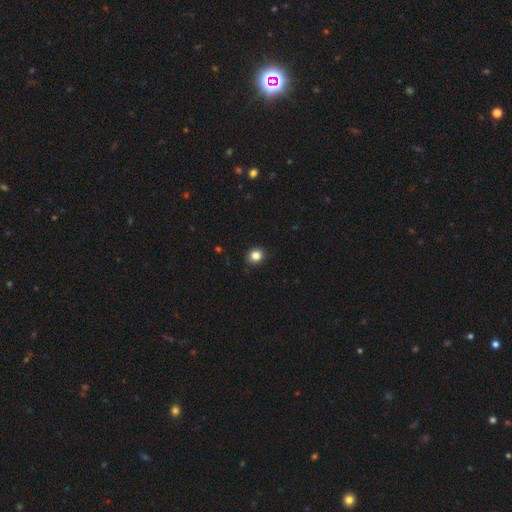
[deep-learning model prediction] The model was most divided on "how rounded": round: 75%, in between: 24%, cigar-shaped: 1%. More confident: merging — none (89%); smooth or featured — smooth (84%).